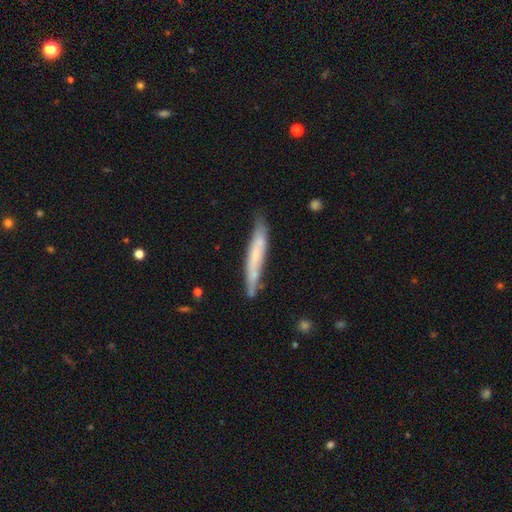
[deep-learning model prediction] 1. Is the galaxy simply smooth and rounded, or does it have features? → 50% smooth, 43% featured or disk, 6% star or artifact.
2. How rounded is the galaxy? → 94% cigar-shaped, 5% in between, 1% round.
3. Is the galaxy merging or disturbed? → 72% none, 21% minor disturbance, 4% major disturbance, 3% merger.